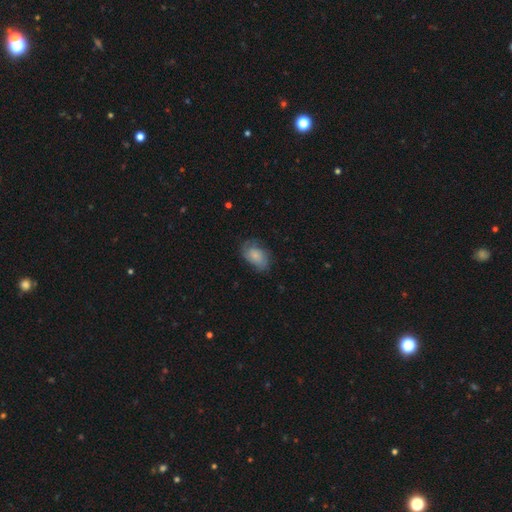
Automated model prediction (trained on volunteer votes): smooth_or_featured: smooth (p=0.61) [alt: featured or disk p=0.31]
how_rounded: in between (p=0.85) [alt: round p=0.13]
merging: none (p=0.62) [alt: minor disturbance p=0.26]